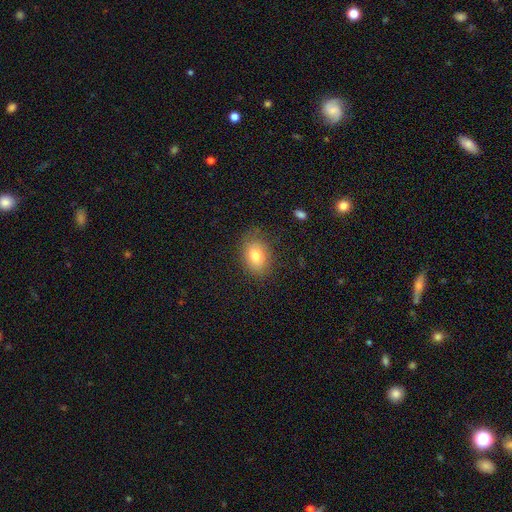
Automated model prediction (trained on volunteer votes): A smooth galaxy with no disk features (79%) that is in between round and cigar-shaped (74%).

Vote fractions:
- Smooth or featured? smooth: 79% / featured or disk: 12% / star or artifact: 9%
- How rounded? in between: 74% / round: 25% / cigar-shaped: 1%
- Merging? none: 77% / minor disturbance: 17% / major disturbance: 5% / merger: 1%